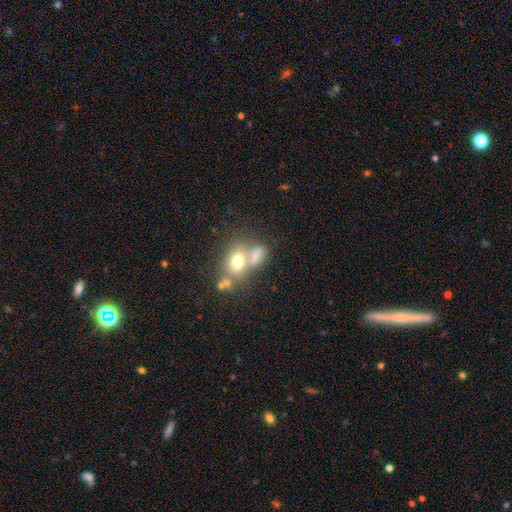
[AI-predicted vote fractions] Smooth or featured? Predicted: smooth (p=0.69). How rounded? Predicted: in between (p=0.64). Merging? Predicted: merger (p=0.49).